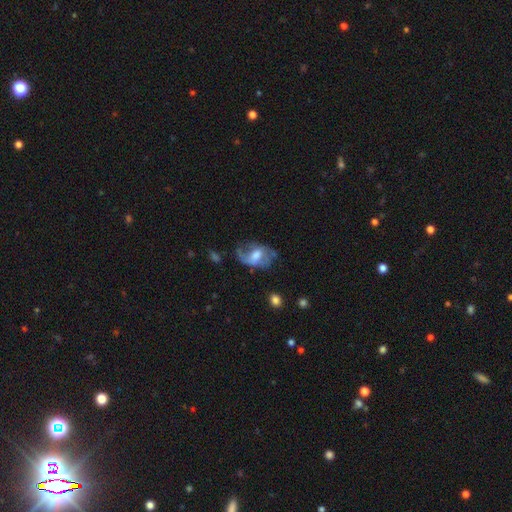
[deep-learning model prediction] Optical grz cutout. It shows a featured or disk galaxy (62%) with a weak bar (46%), spiral arms (73%) and a moderate central bulge (49%). Merging: none (43%).